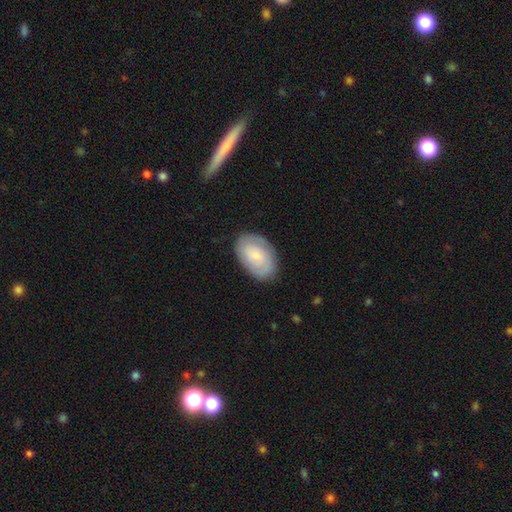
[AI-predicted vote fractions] A smooth galaxy with no disk features (51%) that is in between round and cigar-shaped (89%).

Vote fractions:
- Smooth or featured? smooth: 51% / featured or disk: 42% / star or artifact: 7%
- How rounded? in between: 89% / round: 10% / cigar-shaped: 1%
- Merging? none: 82% / minor disturbance: 13% / major disturbance: 4% / merger: 1%